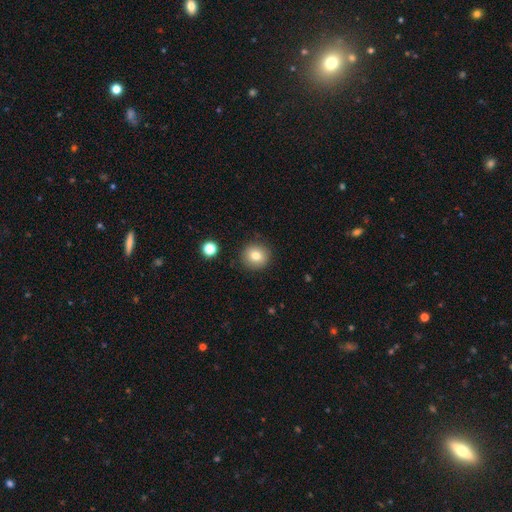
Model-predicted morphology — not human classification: smooth-or-featured: smooth: 80% | star or artifact: 11% | featured or disk: 10%
  how-rounded: round: 90% | in between: 9% | cigar-shaped: 1%
  merging: none: 89% | minor disturbance: 7% | major disturbance: 2% | merger: 2%